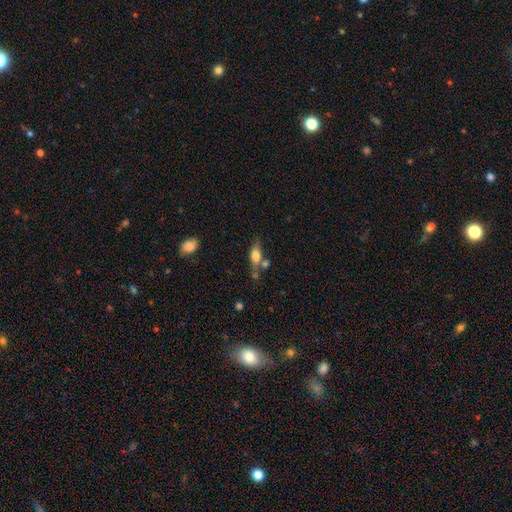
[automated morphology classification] Overall: smooth (66%; featured or disk 26%). How rounded: in between (70%). Merging: none (54%; merger 20%).